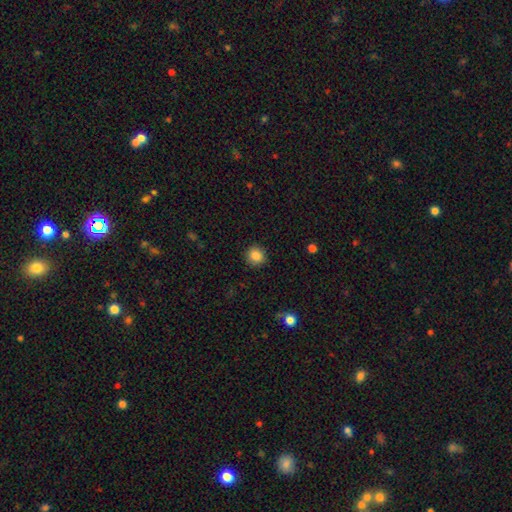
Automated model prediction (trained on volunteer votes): Smooth or featured? Predicted: smooth (p=0.85). How rounded? Predicted: round (p=0.91). Merging? Predicted: none (p=0.91).